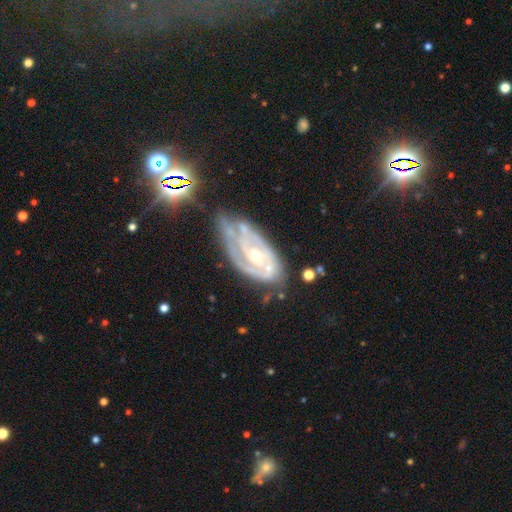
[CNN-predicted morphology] type=featured or disk (84%); edge-on=no (95%); bar=no (59%); spiral arms=yes (92%); winding=tight (64%); arm count=2 (44%); bulge=small (49%); merging=none (45%).